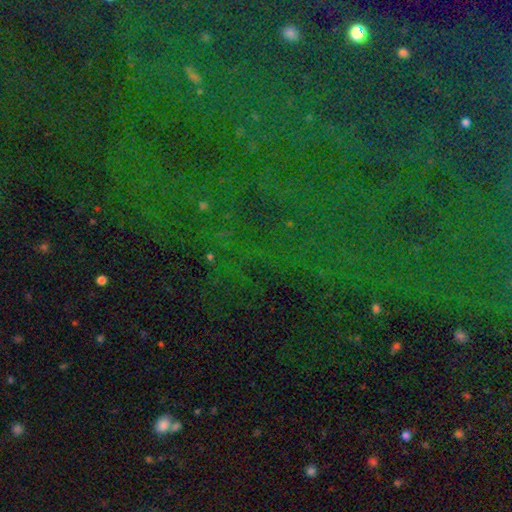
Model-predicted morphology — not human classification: type=star or artifact (82%).